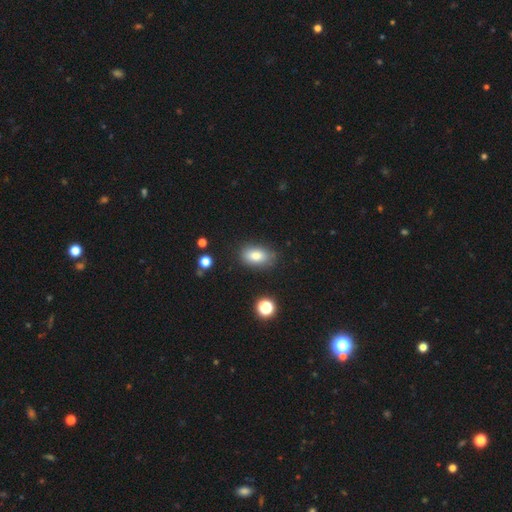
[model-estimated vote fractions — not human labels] smooth 81%, star or artifact 9%, featured or disk 9%. Down the decision tree: how rounded — in between (88%); merging — none (80%).